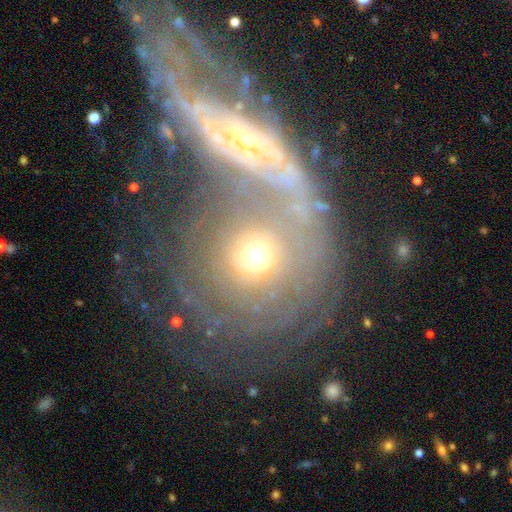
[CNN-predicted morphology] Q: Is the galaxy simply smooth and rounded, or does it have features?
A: featured or disk — 46%.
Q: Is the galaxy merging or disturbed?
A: none — 40%.